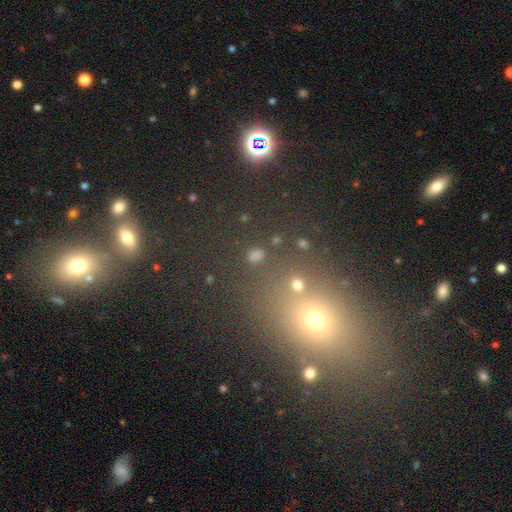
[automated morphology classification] Q: Smooth or featured?
A: smooth (54%); runner-up: star or artifact (35%)
Q: How rounded?
A: round (48%); runner-up: in between (47%)
Q: Merging?
A: none (75%); runner-up: minor disturbance (10%)